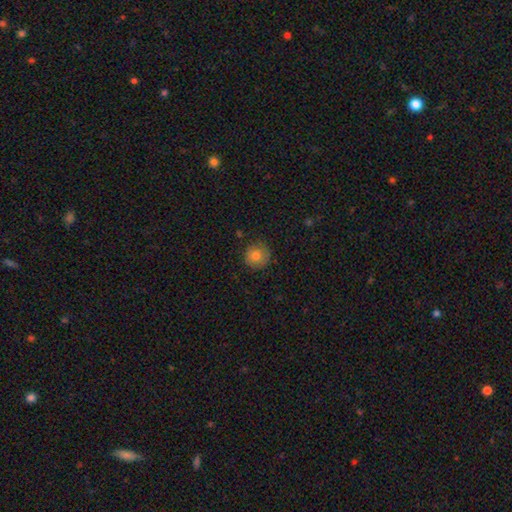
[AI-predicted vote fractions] smooth-or-featured: smooth: 80% | featured or disk: 10% | star or artifact: 10%
  how-rounded: round: 93% | in between: 6% | cigar-shaped: 1%
  merging: none: 83% | minor disturbance: 13% | major disturbance: 3% | merger: 1%